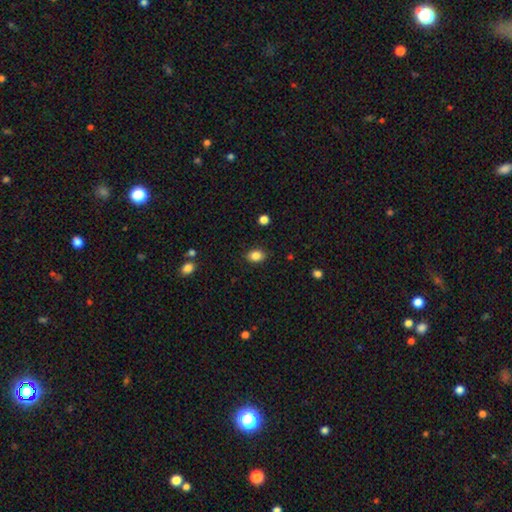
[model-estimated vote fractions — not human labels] Smooth or featured? Predicted: smooth (p=0.86). How rounded? Predicted: in between (p=0.71). Merging? Predicted: none (p=0.86).